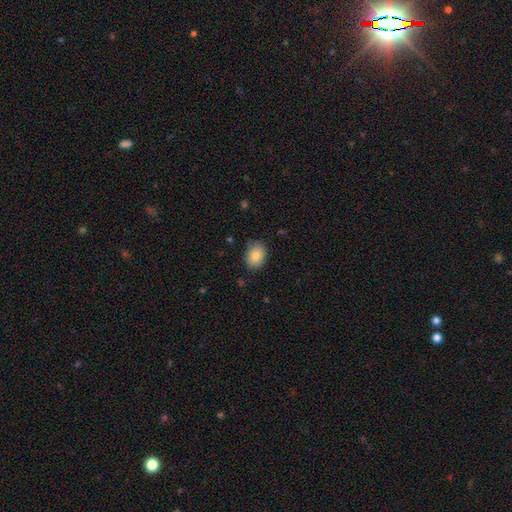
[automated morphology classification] smooth 83%, featured or disk 8%, star or artifact 8%. Down the decision tree: how rounded — in between (64%); merging — none (80%).